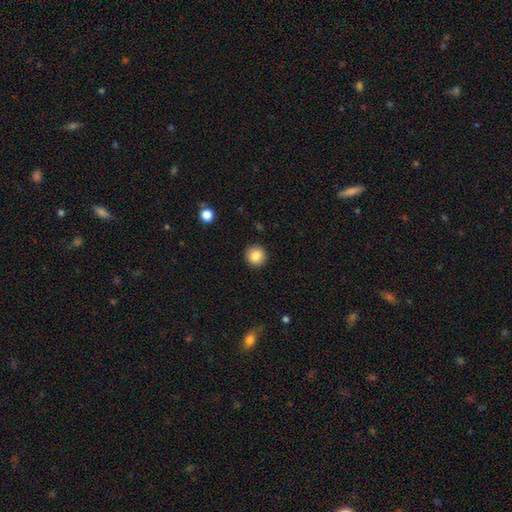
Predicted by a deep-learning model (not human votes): Overall: smooth (85%). How rounded: round (94%). Merging: none (92%).